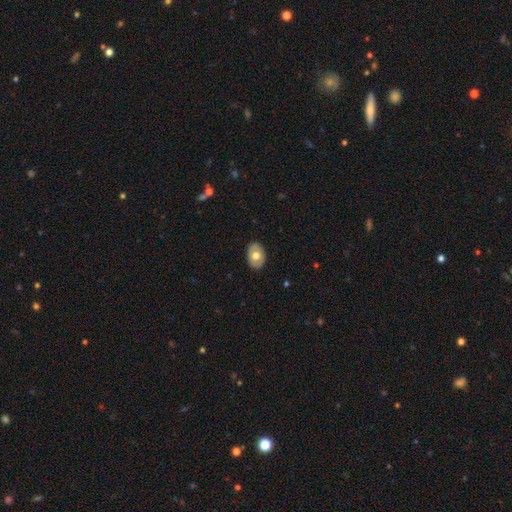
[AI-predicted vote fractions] This is likely a smooth galaxy (61%). How rounded: likely in between (77%). Merging: clearly none (86%).